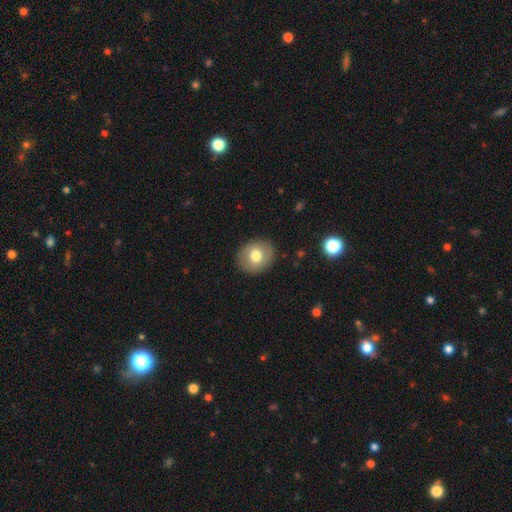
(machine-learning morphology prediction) Smooth or featured: smooth — 74% (featured or disk — 19%)
How rounded: round — 61% (in between — 38%)
Merging: none — 88% (minor disturbance — 8%)